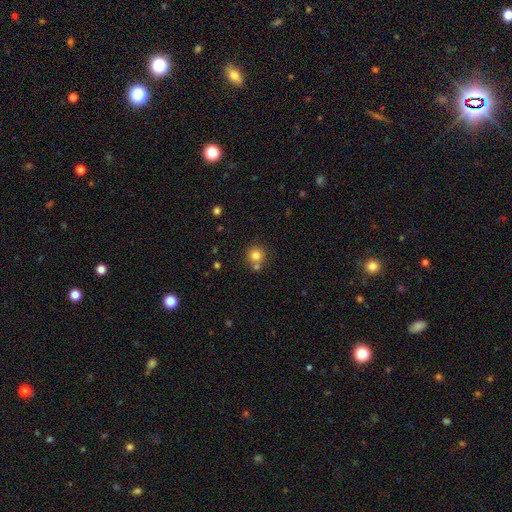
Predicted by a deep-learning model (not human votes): A smooth galaxy with no disk features (79%) that is round (92%). Merging: none (65%).